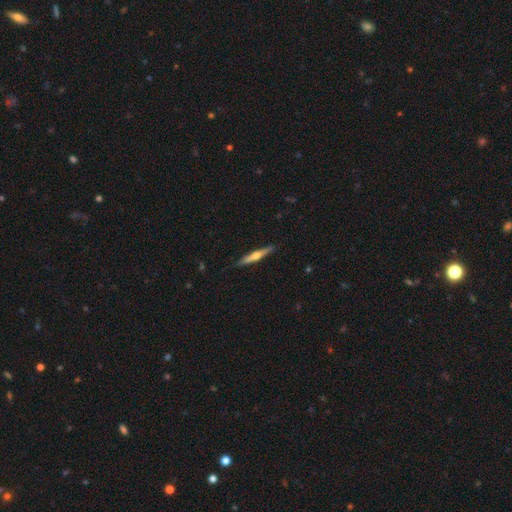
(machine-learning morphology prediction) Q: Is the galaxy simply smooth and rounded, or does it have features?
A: featured or disk — 63%.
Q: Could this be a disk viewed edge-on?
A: yes — 97%.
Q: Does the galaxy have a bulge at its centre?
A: rounded — 91%.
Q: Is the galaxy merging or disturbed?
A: none — 89%.